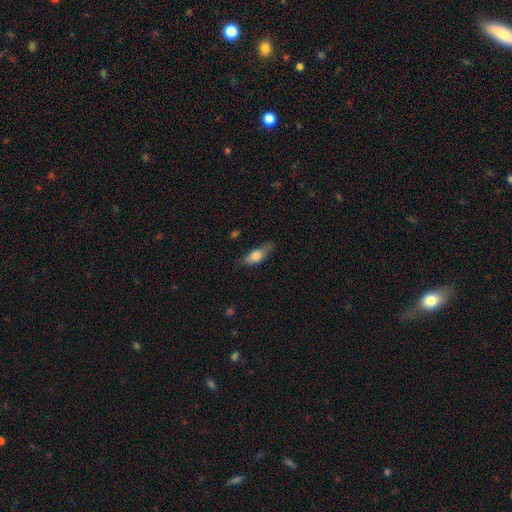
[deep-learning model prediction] smooth 72%, featured or disk 21%, star or artifact 7%. Down the decision tree: how rounded — in between (68%); merging — none (55%).